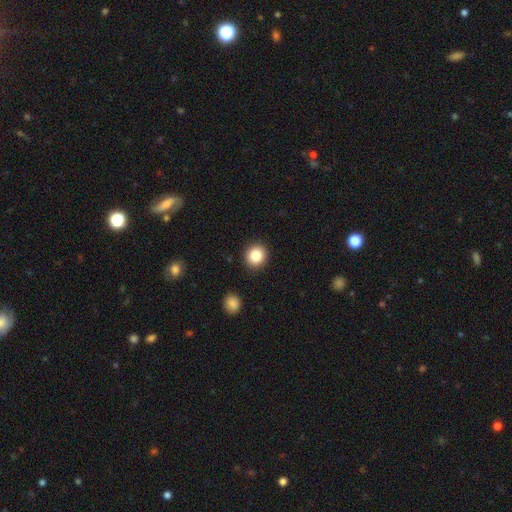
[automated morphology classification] A smooth galaxy with no disk features (85%) that is round (84%).

Vote fractions:
- Smooth or featured? smooth: 85% / star or artifact: 9% / featured or disk: 6%
- How rounded? round: 84% / in between: 15% / cigar-shaped: 1%
- Merging? none: 91% / minor disturbance: 6% / major disturbance: 2% / merger: 2%